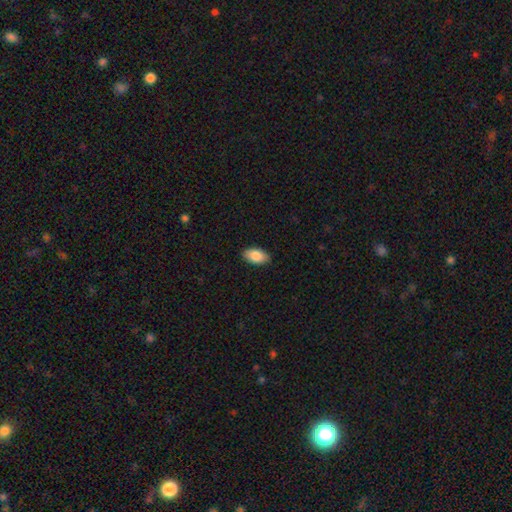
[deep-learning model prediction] The model was most divided on "merging": none: 88%, minor disturbance: 9%, major disturbance: 2%, merger: 1%. More confident: how rounded — in between (94%); smooth or featured — smooth (87%).